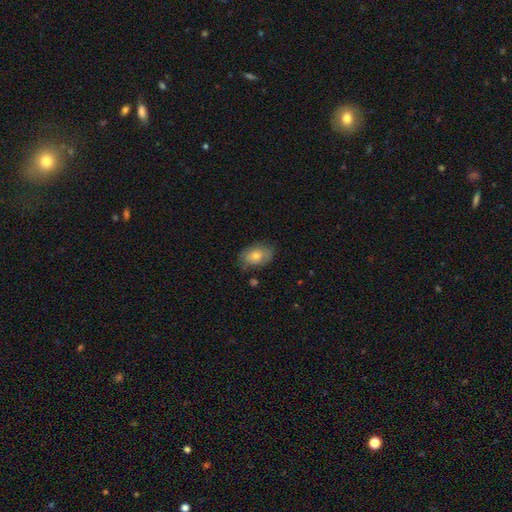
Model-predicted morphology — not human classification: A smooth galaxy with no disk features (66%) that is in between round and cigar-shaped (86%). Merging: none (75%).